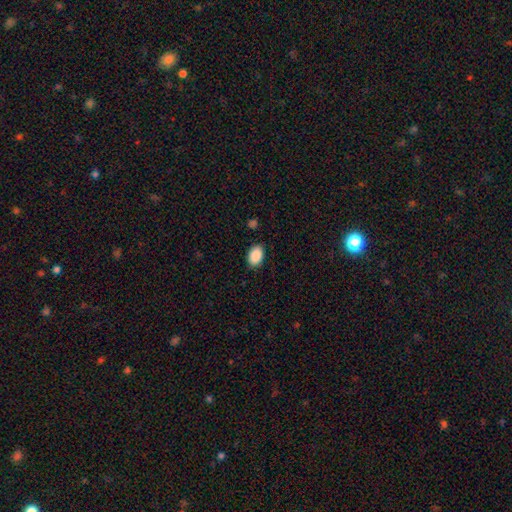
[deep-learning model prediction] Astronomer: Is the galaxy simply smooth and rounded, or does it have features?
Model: smooth — 90%.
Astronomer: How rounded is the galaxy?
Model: in between — 85%.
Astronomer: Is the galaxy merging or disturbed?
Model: none — 86%.